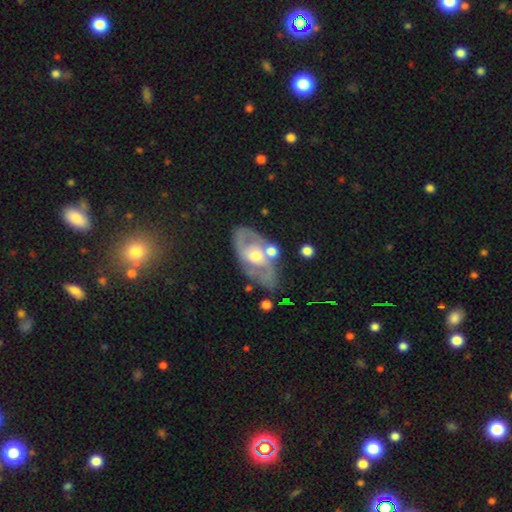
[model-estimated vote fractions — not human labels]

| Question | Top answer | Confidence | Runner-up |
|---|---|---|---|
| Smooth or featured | featured or disk | 73% | smooth (21%) |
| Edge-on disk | no | 92% | yes (8%) |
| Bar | no | 62% | weak (28%) |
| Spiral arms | yes | 62% | no (38%) |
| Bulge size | moderate | 67% | small (19%) |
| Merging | none | 60% | minor disturbance (19%) |